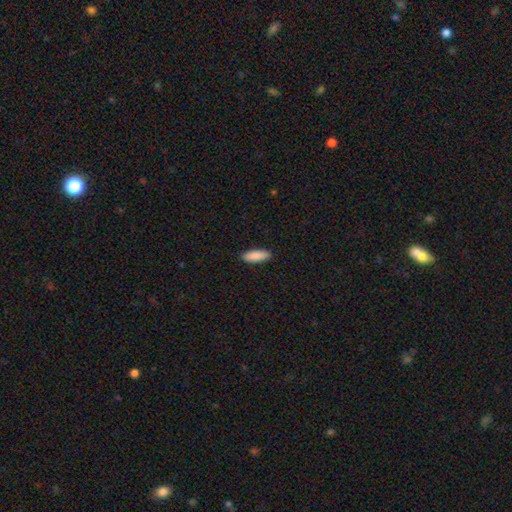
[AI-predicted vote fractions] Smooth or featured: smooth — 90% (star or artifact — 6%)
How rounded: in between — 65% (cigar-shaped — 33%)
Merging: none — 91% (minor disturbance — 7%)